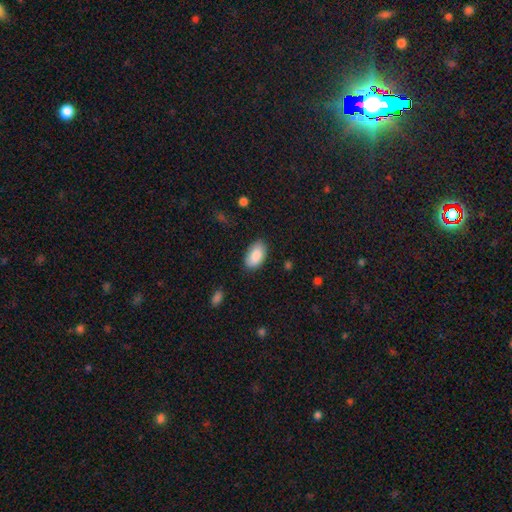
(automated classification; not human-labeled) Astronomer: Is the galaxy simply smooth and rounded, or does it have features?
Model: smooth — 88%.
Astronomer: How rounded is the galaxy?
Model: in between — 94%.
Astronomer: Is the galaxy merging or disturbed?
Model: none — 83%.